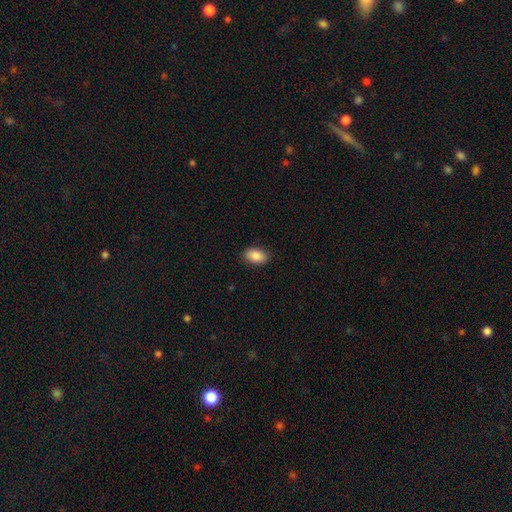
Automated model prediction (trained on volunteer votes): A smooth galaxy with no disk features (88%) that is in between round and cigar-shaped (91%). Merging: none (89%).